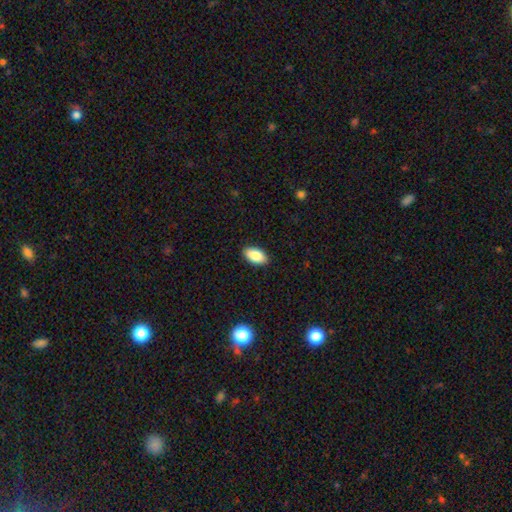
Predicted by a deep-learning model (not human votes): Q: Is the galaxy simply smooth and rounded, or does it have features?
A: smooth — 86%.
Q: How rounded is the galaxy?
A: in between — 94%.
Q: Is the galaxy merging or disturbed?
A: none — 90%.